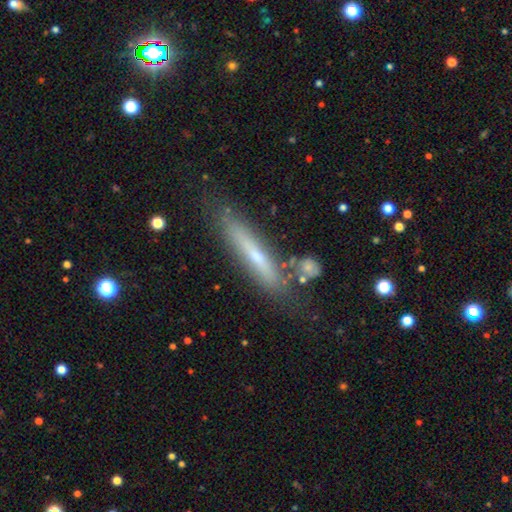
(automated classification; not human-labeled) Smooth or featured? featured or disk (48%)
Merging? none (75%)